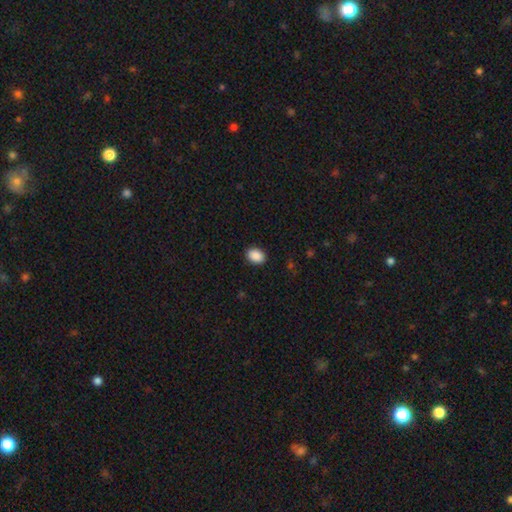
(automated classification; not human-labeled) Smooth or featured? Predicted: smooth (p=0.90). How rounded? Predicted: in between (p=0.74). Merging? Predicted: none (p=0.89).